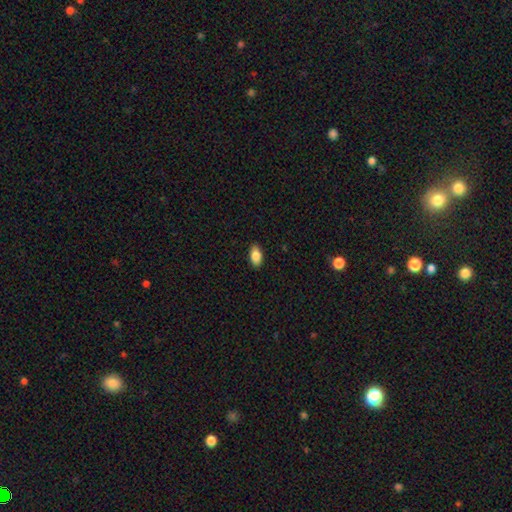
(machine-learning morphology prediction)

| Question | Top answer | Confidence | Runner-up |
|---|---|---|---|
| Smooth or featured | smooth | 85% | featured or disk (8%) |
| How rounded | in between | 92% | cigar-shaped (4%) |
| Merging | none | 89% | minor disturbance (8%) |